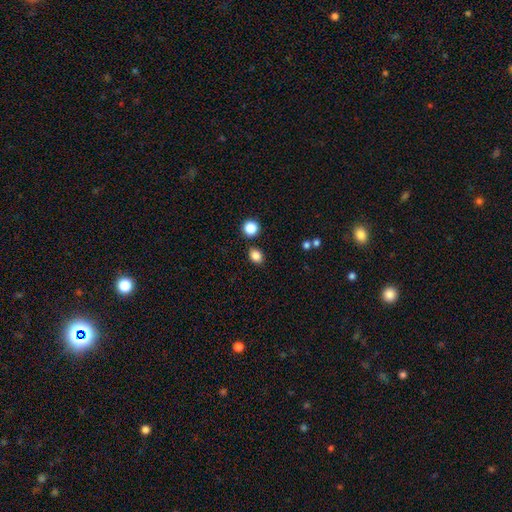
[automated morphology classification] The model was most divided on "how rounded": in between: 54%, round: 45%, cigar-shaped: 1%. More confident: smooth or featured — smooth (84%); merging — none (83%).